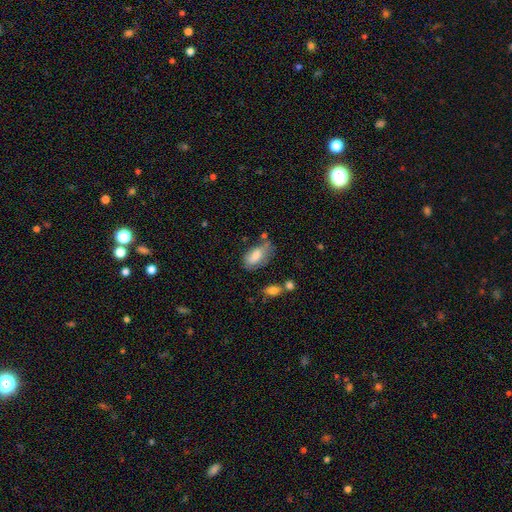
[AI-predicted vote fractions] Smooth or featured: smooth — 73% (featured or disk — 19%)
How rounded: in between — 92% (cigar-shaped — 5%)
Merging: none — 39% (minor disturbance — 34%)